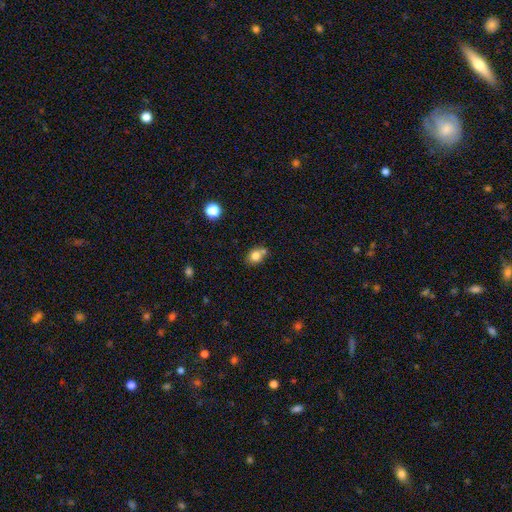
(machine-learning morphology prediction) Smooth or featured? smooth (79%)
How rounded? round (61%)
Merging? none (52%)